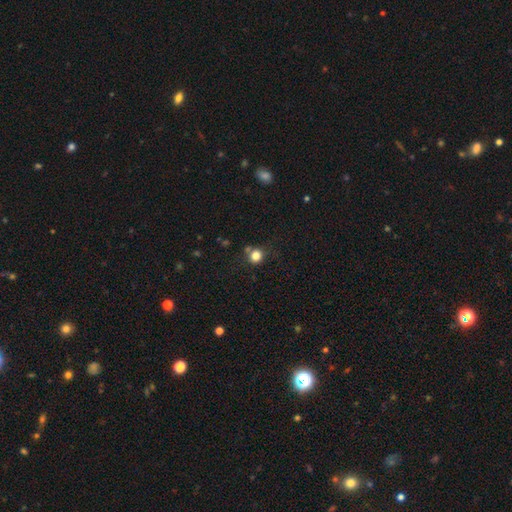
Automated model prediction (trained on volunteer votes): Q: Smooth or featured?
A: smooth (80%); runner-up: star or artifact (14%)
Q: How rounded?
A: round (89%); runner-up: in between (10%)
Q: Merging?
A: none (72%); runner-up: minor disturbance (13%)